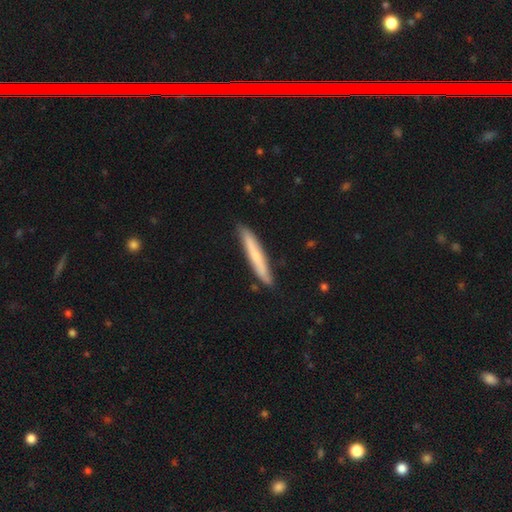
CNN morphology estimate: A smooth galaxy with no disk features (59%) that is cigar-shaped (95%). Merging: none (86%).